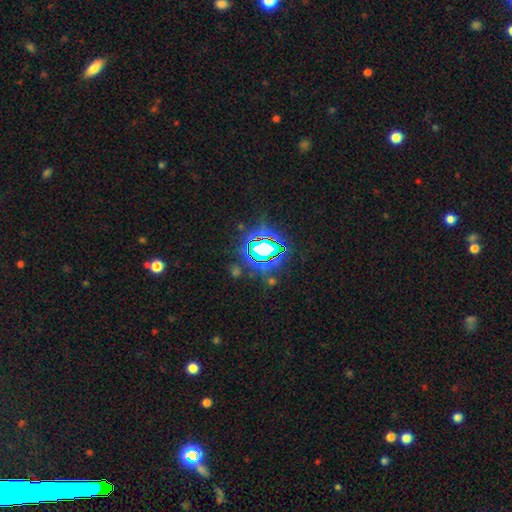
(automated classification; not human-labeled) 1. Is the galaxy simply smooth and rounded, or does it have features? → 80% star or artifact, 12% smooth, 8% featured or disk.